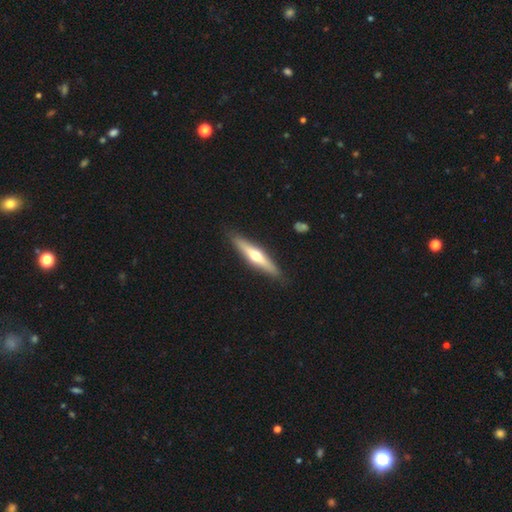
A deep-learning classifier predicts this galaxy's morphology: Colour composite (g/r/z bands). It shows a featured or disk galaxy (59%) viewed edge-on (94%) with a rounded central bulge (91%). Merging: none (89%).